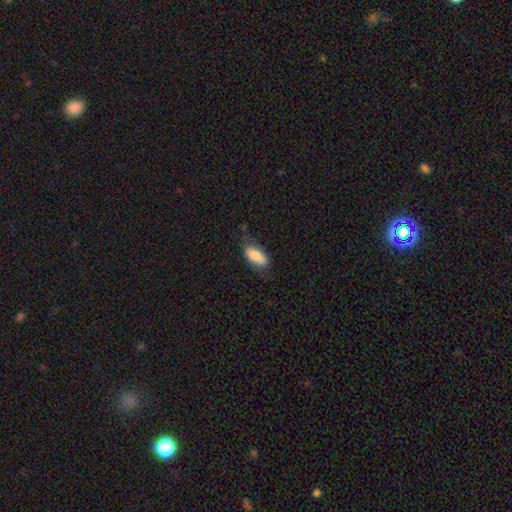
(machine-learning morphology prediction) A smooth galaxy with no disk features (82%) that is in between round and cigar-shaped (87%). Merging: none (68%).